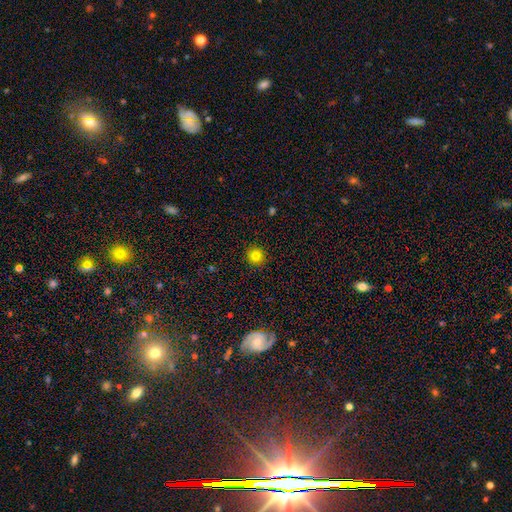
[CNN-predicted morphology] smooth 81%, star or artifact 13%, featured or disk 6%. Down the decision tree: how rounded — round (94%); merging — none (92%).